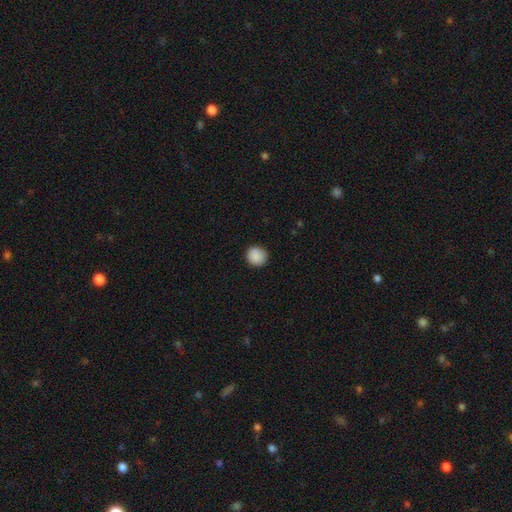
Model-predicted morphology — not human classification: A smooth galaxy with no disk features (89%) that is round (92%).

Vote fractions:
- Smooth or featured? smooth: 89% / star or artifact: 8% / featured or disk: 3%
- How rounded? round: 92% / in between: 7% / cigar-shaped: 1%
- Merging? none: 91% / minor disturbance: 7% / major disturbance: 2% / merger: 1%